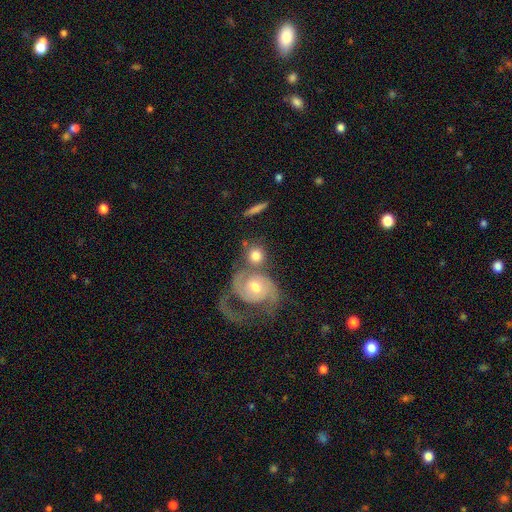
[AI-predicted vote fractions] Smooth or featured? Predicted: smooth (p=0.53). How rounded? Predicted: round (p=0.78). Merging? Predicted: merger (p=0.41, tied with none).